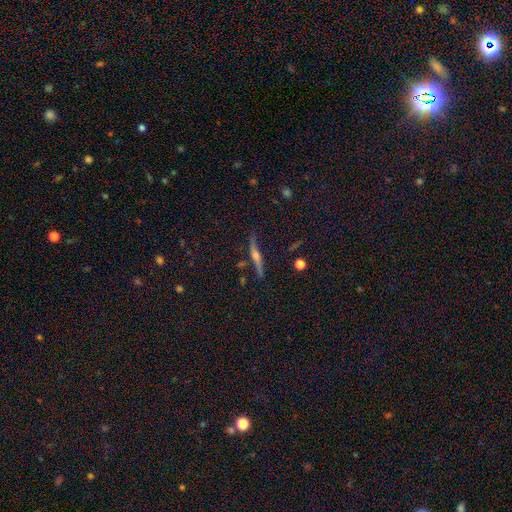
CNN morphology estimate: This appears to be a featured or disk galaxy (73%) viewed edge-on (96%) with a rounded central bulge (85%). Merging: none (81%).